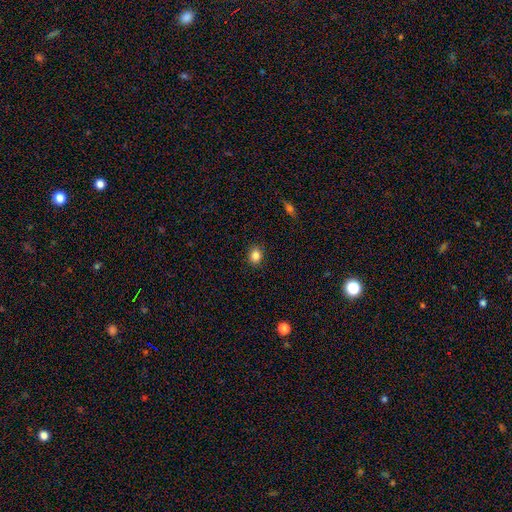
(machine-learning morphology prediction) The model was most divided on "how rounded": round: 66%, in between: 33%, cigar-shaped: 1%. More confident: merging — none (90%); smooth or featured — smooth (84%).